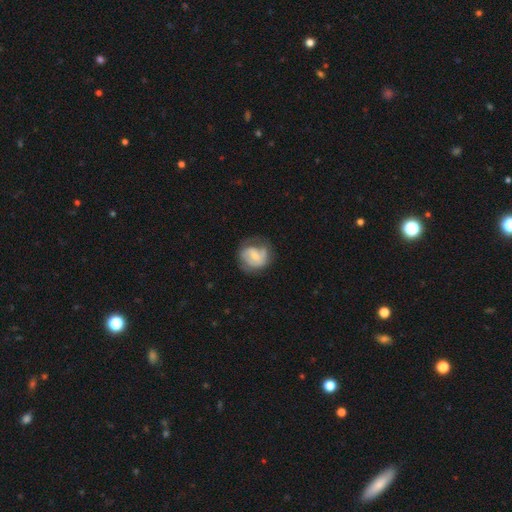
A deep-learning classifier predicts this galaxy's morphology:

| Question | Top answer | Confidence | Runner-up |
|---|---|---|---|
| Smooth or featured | featured or disk | 55% | smooth (38%) |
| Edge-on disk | no | 97% | yes (3%) |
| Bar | weak | 43% | no (42%) |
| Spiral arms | yes | 67% | no (33%) |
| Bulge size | small | 51% | moderate (39%) |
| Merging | none | 54% | minor disturbance (26%) |